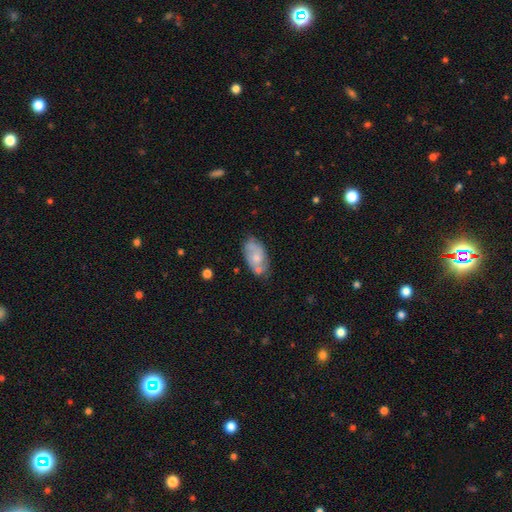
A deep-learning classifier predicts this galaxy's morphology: The model was most divided on "smooth or featured": smooth: 55%, featured or disk: 38%, star or artifact: 7%. Remaining: how rounded — in between (91%); merging — none (50%).